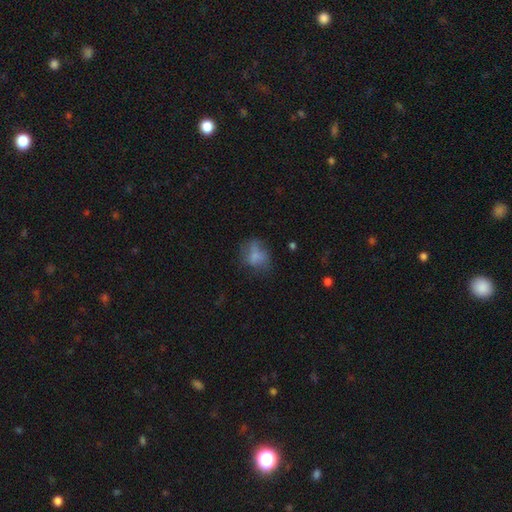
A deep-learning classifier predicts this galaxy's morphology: Smooth or featured? Predicted: smooth (p=0.64). How rounded? Predicted: in between (p=0.54). Merging? Predicted: none (p=0.47).